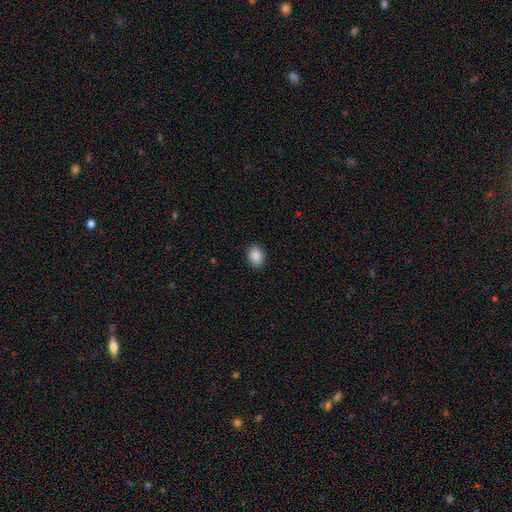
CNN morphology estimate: Smooth or featured? smooth (89%)
How rounded? in between (68%)
Merging? none (90%)